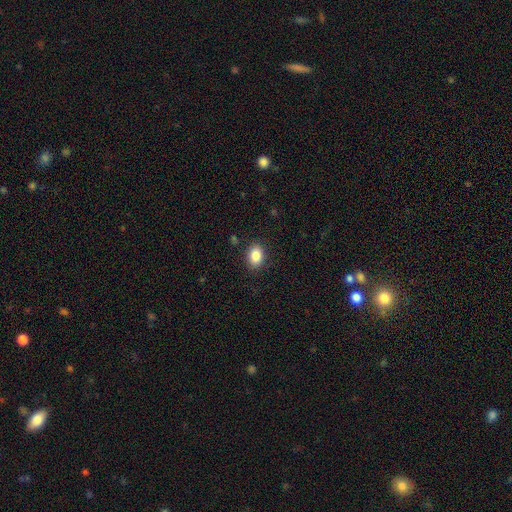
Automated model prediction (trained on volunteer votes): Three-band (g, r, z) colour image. It shows a smooth galaxy with no disk features (85%) that is in between round and cigar-shaped (75%). Merging: none (88%).